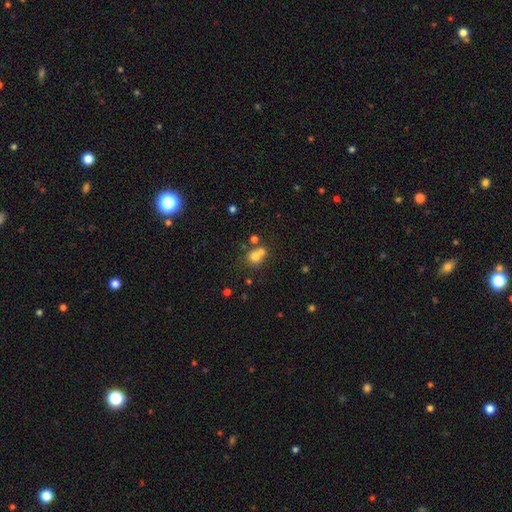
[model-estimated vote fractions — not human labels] smooth 71%, star or artifact 15%, featured or disk 13%. Down the decision tree: how rounded — round (80%); merging — merger (45%).